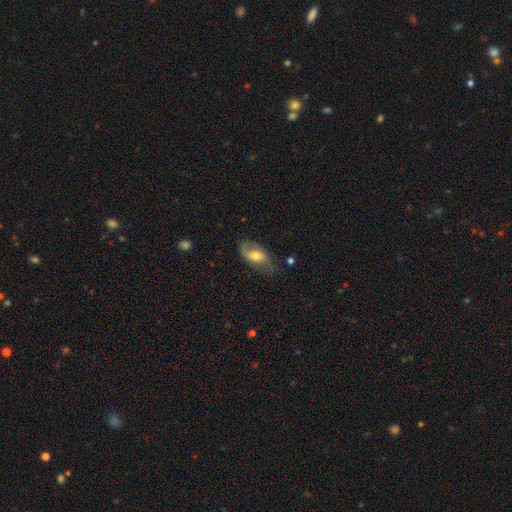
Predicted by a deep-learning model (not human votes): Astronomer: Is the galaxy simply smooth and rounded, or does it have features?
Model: featured or disk — 53% (runner-up: smooth, 40%).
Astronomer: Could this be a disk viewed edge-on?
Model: no — 92%.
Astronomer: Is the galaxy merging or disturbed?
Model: none — 58%.